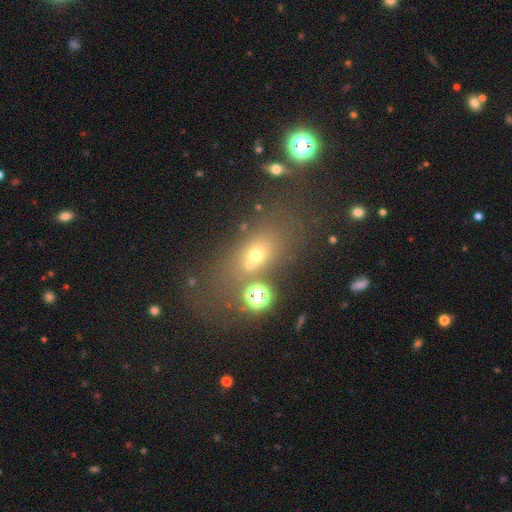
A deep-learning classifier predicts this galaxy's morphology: A smooth galaxy with no disk features (55%) that is in between round and cigar-shaped (58%). Merging: none (54%).